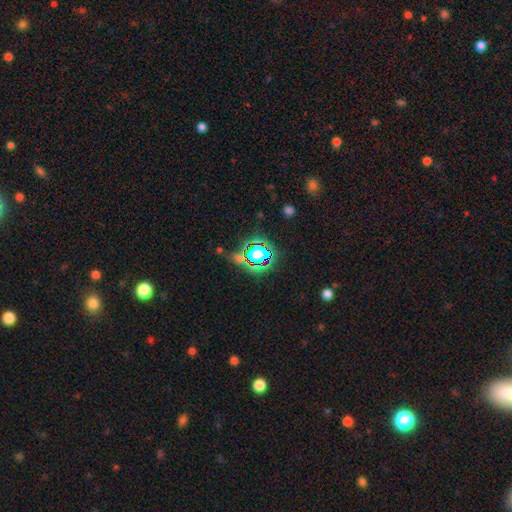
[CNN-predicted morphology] The model was most divided on "smooth or featured": star or artifact: 79%, smooth: 13%, featured or disk: 8%.